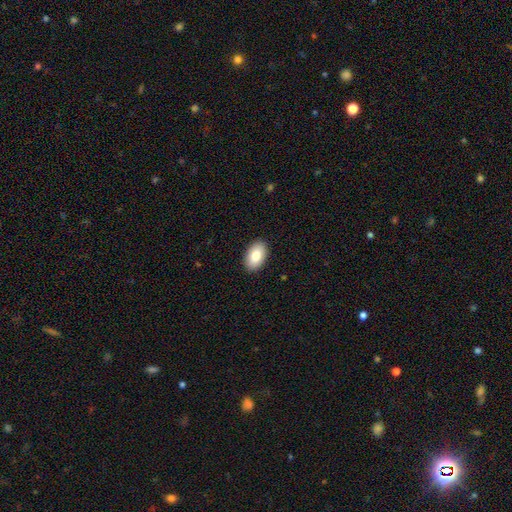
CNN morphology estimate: Q: Smooth or featured?
A: smooth (83%); runner-up: featured or disk (10%)
Q: How rounded?
A: in between (94%); runner-up: round (5%)
Q: Merging?
A: none (90%); runner-up: minor disturbance (7%)